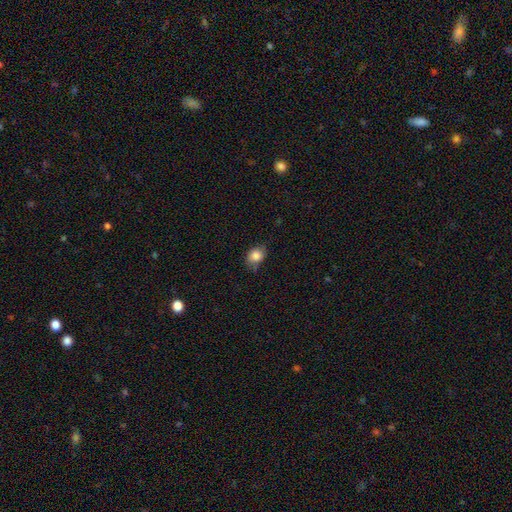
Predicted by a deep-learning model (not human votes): smooth 84%, star or artifact 9%, featured or disk 7%. Down the decision tree: how rounded — in between (56%); merging — none (65%).